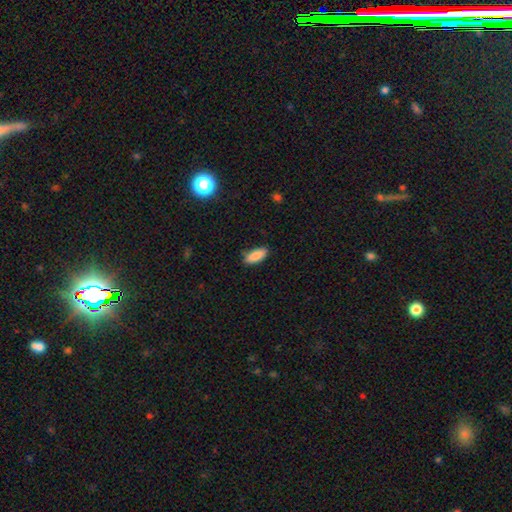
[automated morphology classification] type=smooth (86%); roundness=in between (80%); merging=none (84%).